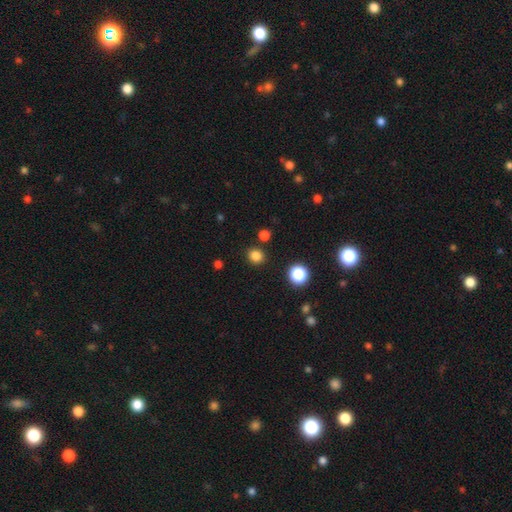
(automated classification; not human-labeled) Smooth or featured: smooth — 81% (star or artifact — 15%)
How rounded: round — 84% (in between — 15%)
Merging: none — 87% (minor disturbance — 7%)